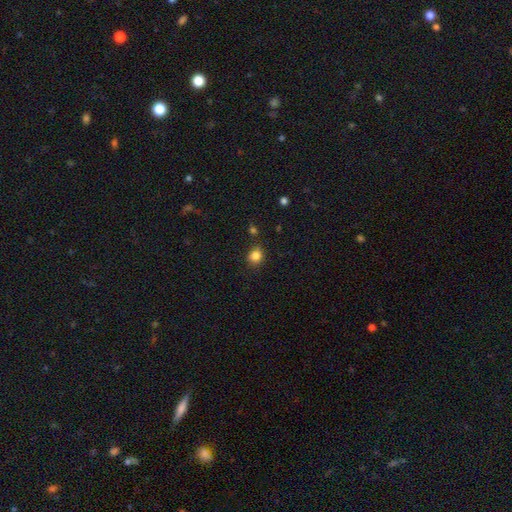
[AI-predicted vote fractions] A smooth galaxy with no disk features (84%) that is round (71%).

Vote fractions:
- Smooth or featured? smooth: 84% / star or artifact: 12% / featured or disk: 5%
- How rounded? round: 71% / in between: 28% / cigar-shaped: 1%
- Merging? none: 82% / minor disturbance: 12% / merger: 4% / major disturbance: 3%